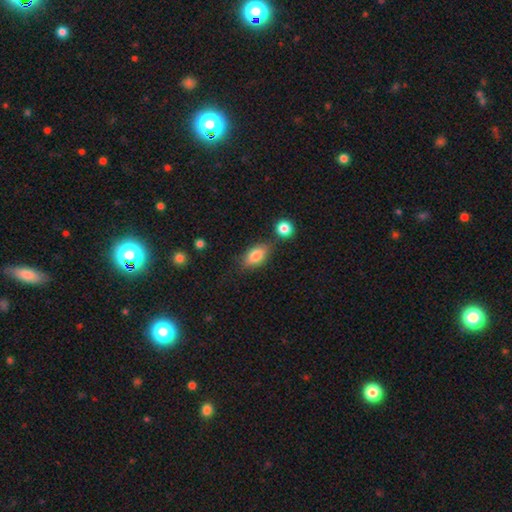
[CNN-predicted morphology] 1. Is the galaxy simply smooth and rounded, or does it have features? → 79% smooth, 13% featured or disk, 8% star or artifact.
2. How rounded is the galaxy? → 87% in between, 7% round, 6% cigar-shaped.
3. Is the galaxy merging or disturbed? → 72% none, 15% minor disturbance, 8% merger, 4% major disturbance.